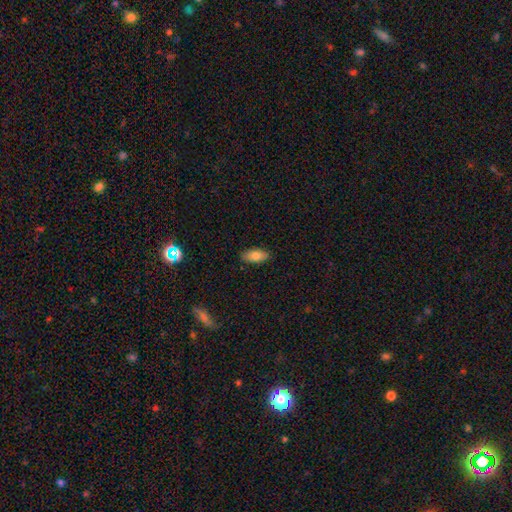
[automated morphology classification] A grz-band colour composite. It shows a smooth galaxy with no disk features (79%) that is in between round and cigar-shaped (88%). Merging: none (87%).